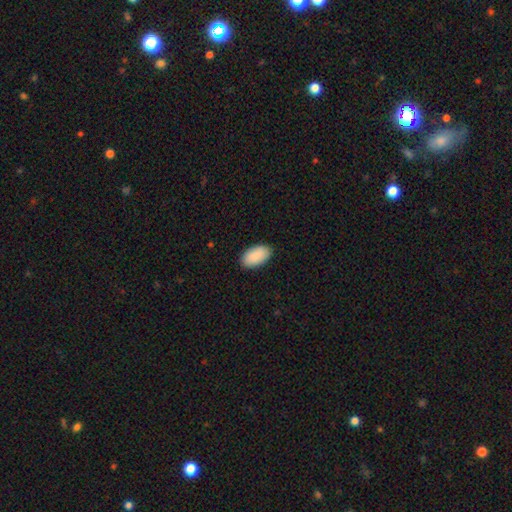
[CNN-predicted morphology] Q: Smooth or featured?
A: smooth (91%); runner-up: star or artifact (6%)
Q: How rounded?
A: in between (96%); runner-up: round (2%)
Q: Merging?
A: none (89%); runner-up: minor disturbance (8%)